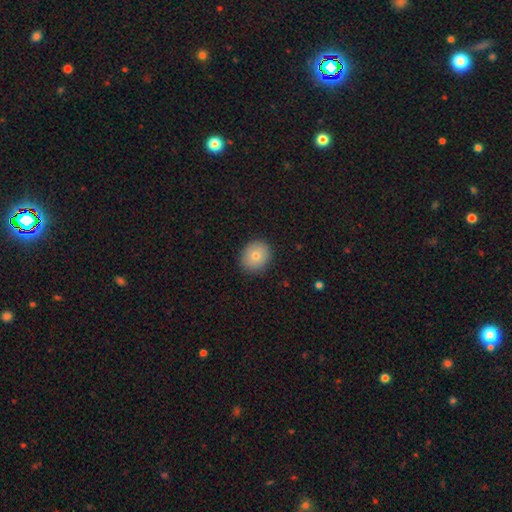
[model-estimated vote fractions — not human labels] smooth 76%, featured or disk 13%, star or artifact 11%. Down the decision tree: how rounded — round (76%); merging — none (89%).